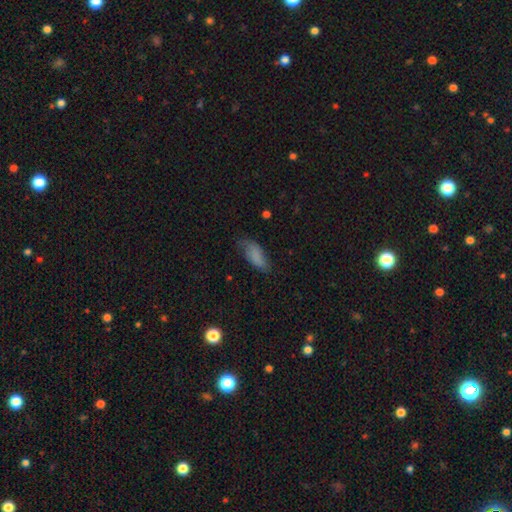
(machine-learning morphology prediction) Smooth or featured?
  - smooth: 77% *
  - featured or disk: 15%
  - star or artifact: 8%
How rounded?
  - in between: 83% *
  - cigar-shaped: 15%
  - round: 2%
Merging?
  - none: 56% *
  - minor disturbance: 32%
  - major disturbance: 10%
  - merger: 2%